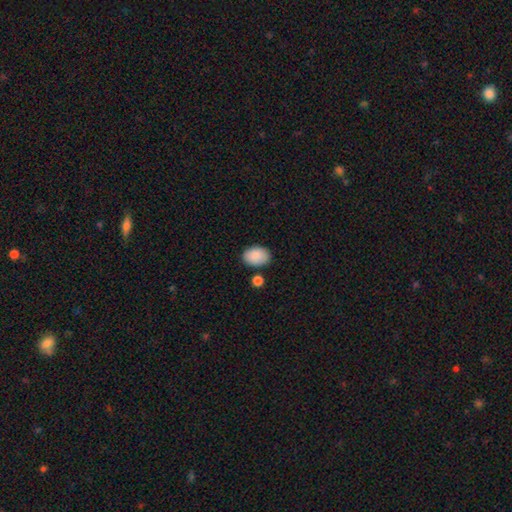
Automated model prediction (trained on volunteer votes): smooth_or_featured: smooth (p=0.89) [alt: star or artifact p=0.07]
how_rounded: in between (p=0.84) [alt: round p=0.15]
merging: none (p=0.80) [alt: minor disturbance p=0.12]